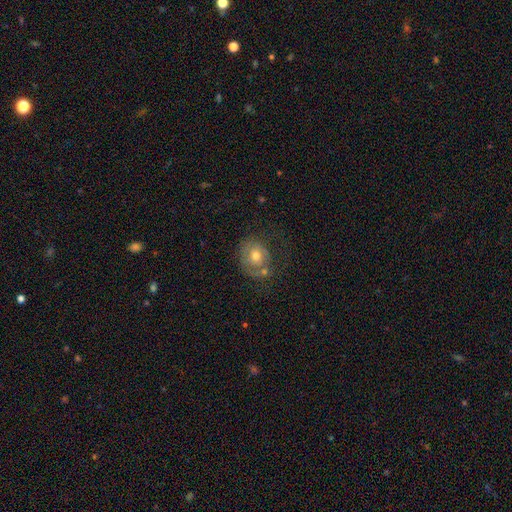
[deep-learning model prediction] Overall: smooth (46%; featured or disk 44%). Merging: none (47%; minor disturbance 22%).